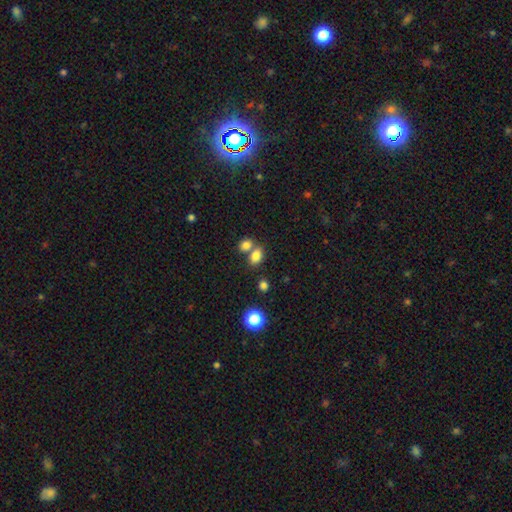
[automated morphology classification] type=smooth (81%); roundness=in between (75%); merging=none (46%).